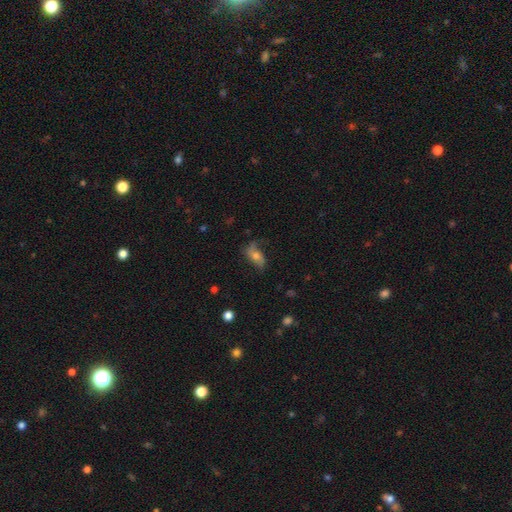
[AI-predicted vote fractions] The model was most divided on "smooth or featured": featured or disk: 54%, smooth: 36%, star or artifact: 10%. More confident: edge-on disk — no (89%); merging — none (57%).